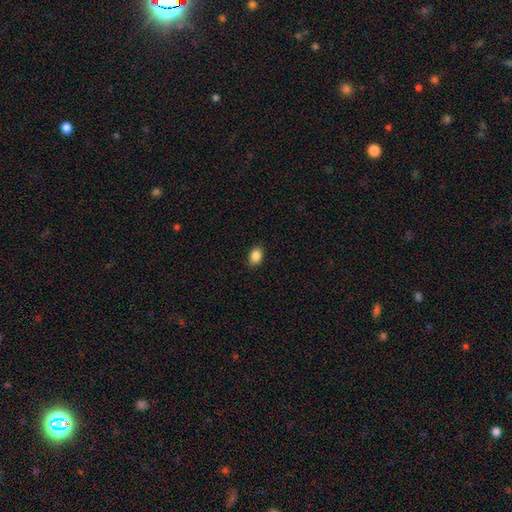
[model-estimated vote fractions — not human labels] Smooth or featured: smooth — 87% (star or artifact — 9%)
How rounded: in between — 76% (round — 23%)
Merging: none — 88% (minor disturbance — 9%)